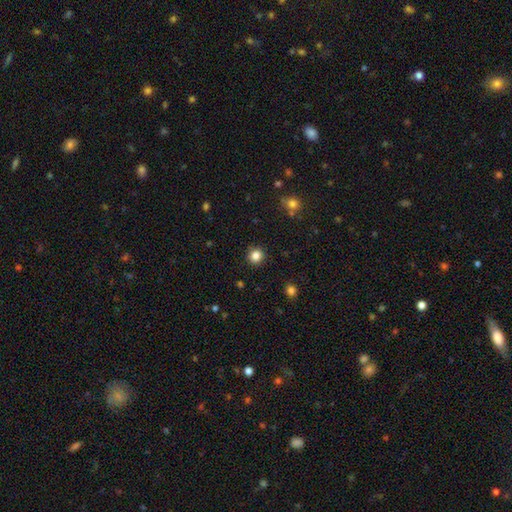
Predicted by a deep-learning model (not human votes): This appears to be a smooth galaxy with no disk features (84%) that is round (91%). Merging: none (91%).